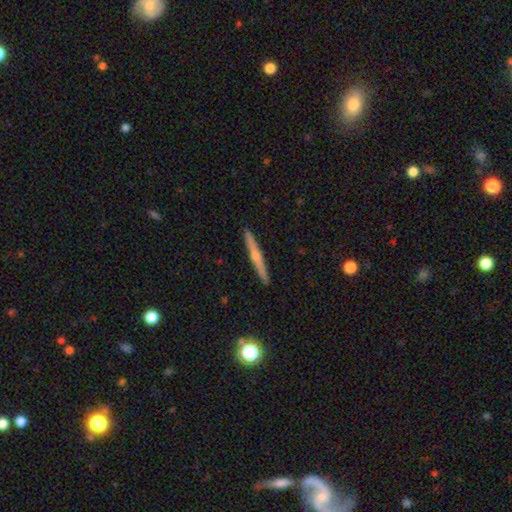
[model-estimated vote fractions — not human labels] Morphology: type=featured or disk (67%); edge-on=yes (97%); edge-on bulge=rounded (77%); merging=none (90%).